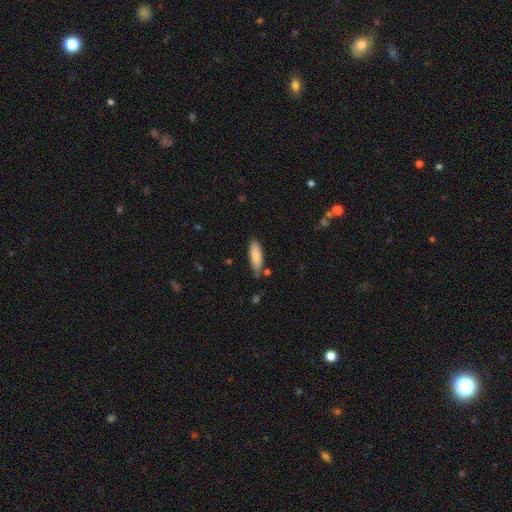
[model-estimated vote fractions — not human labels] Overall: smooth (86%). How rounded: in between (57%; cigar-shaped 42%). Merging: none (74%).